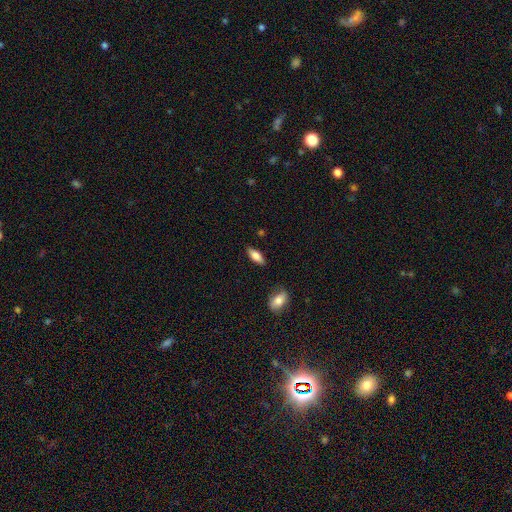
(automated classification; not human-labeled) Smooth or featured: smooth — 77% (featured or disk — 17%)
How rounded: in between — 74% (cigar-shaped — 24%)
Merging: none — 83% (minor disturbance — 12%)